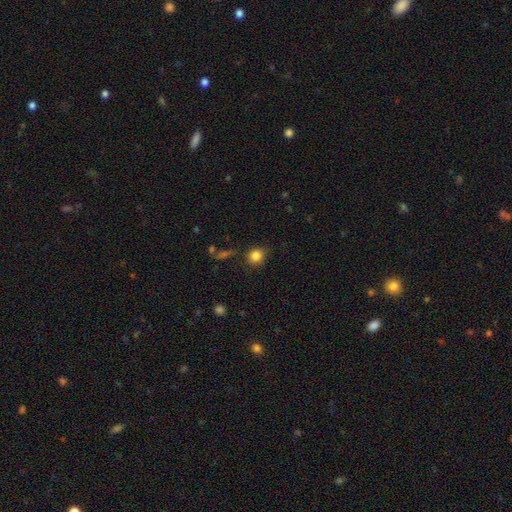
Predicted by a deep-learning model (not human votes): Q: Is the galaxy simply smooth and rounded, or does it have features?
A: smooth — 84%.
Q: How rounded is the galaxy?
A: round — 78%.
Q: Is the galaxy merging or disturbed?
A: none — 81%.